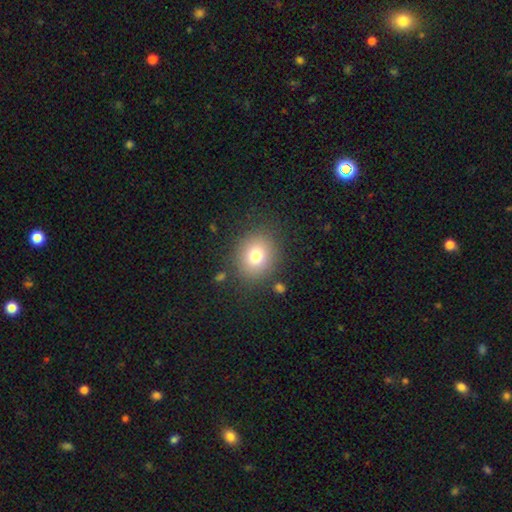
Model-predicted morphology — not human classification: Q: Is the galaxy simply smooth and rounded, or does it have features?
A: smooth — 77%.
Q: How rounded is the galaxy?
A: round — 73%.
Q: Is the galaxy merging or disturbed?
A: none — 84%.